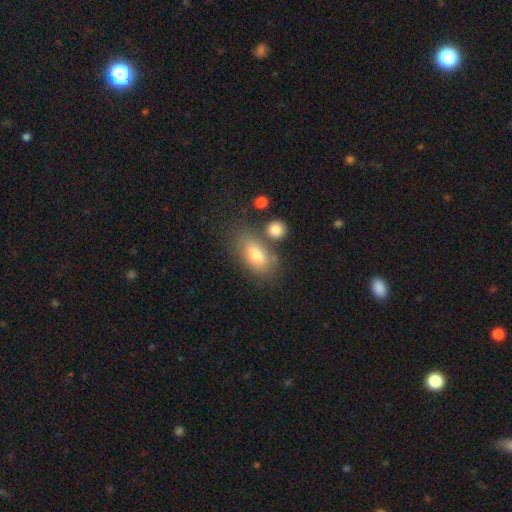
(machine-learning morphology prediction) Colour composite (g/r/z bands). It shows a smooth galaxy with no disk features (74%) that is in between round and cigar-shaped (87%). Merging: none (65%).